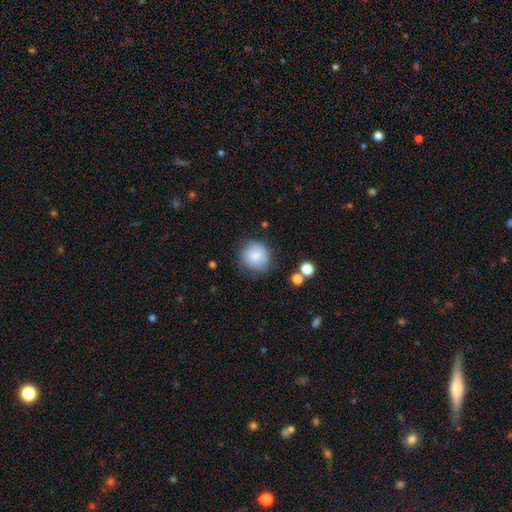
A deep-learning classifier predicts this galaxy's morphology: Overall: smooth (82%). How rounded: round (90%). Merging: none (74%).